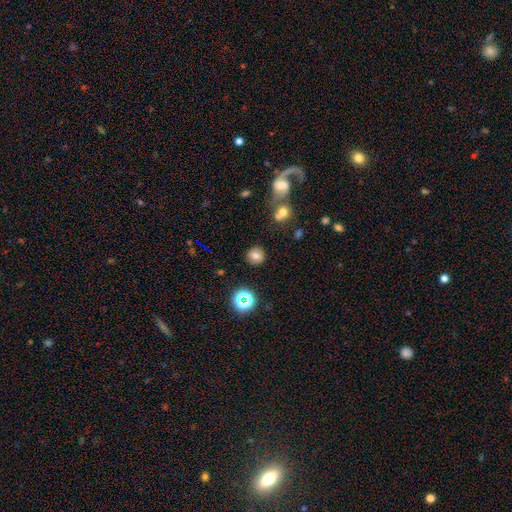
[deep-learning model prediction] Smooth or featured? smooth (74%)
How rounded? round (92%)
Merging? none (88%)